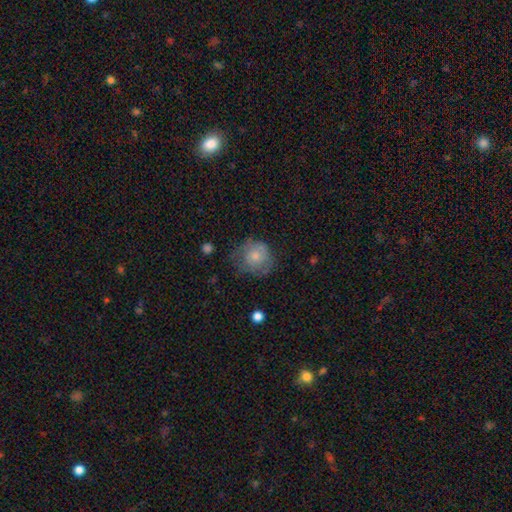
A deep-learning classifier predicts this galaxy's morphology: Q: Smooth or featured?
A: smooth (66%); runner-up: featured or disk (26%)
Q: How rounded?
A: round (83%); runner-up: in between (16%)
Q: Merging?
A: none (53%); runner-up: minor disturbance (29%)